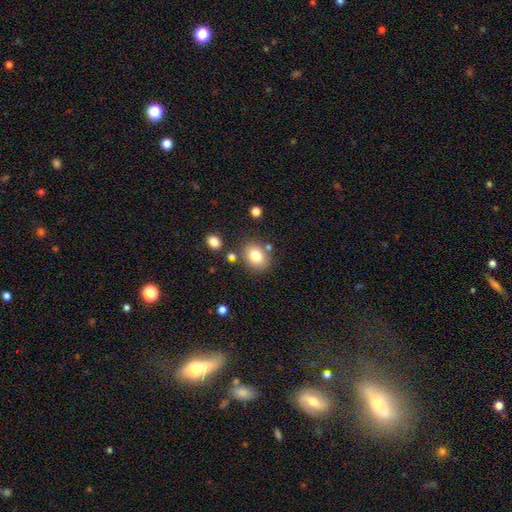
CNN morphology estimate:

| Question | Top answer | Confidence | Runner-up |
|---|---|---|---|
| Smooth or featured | smooth | 80% | featured or disk (10%) |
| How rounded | round | 52% | in between (47%) |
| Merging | none | 75% | minor disturbance (12%) |